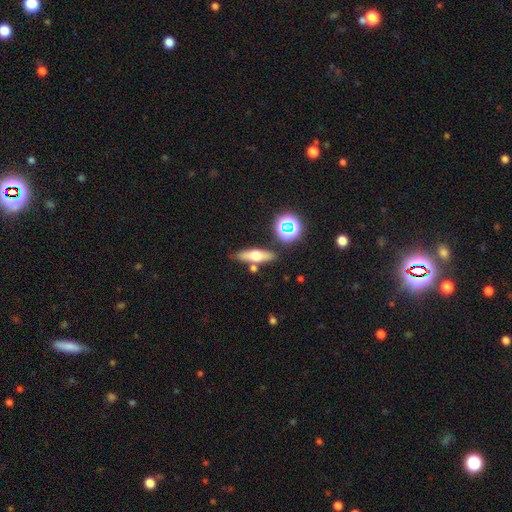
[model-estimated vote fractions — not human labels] smooth_or_featured: smooth (p=0.48) [alt: featured or disk p=0.40]
merging: none (p=0.78) [alt: minor disturbance p=0.11]